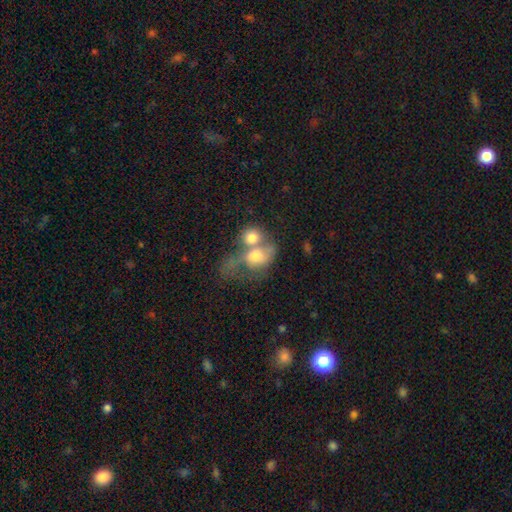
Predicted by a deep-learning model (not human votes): smooth-or-featured: smooth: 62% | featured or disk: 28% | star or artifact: 10%
  how-rounded: in between: 52% | round: 46% | cigar-shaped: 2%
  merging: merger: 70% | major disturbance: 13% | none: 10% | minor disturbance: 6%